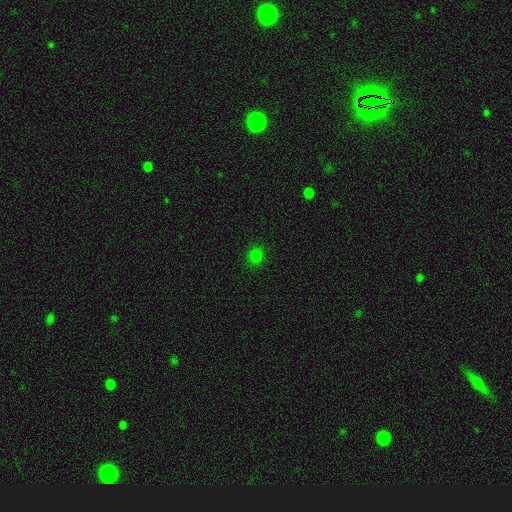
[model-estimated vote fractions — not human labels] A smooth galaxy with no disk features (78%) that is round (82%). Merging: none (89%).